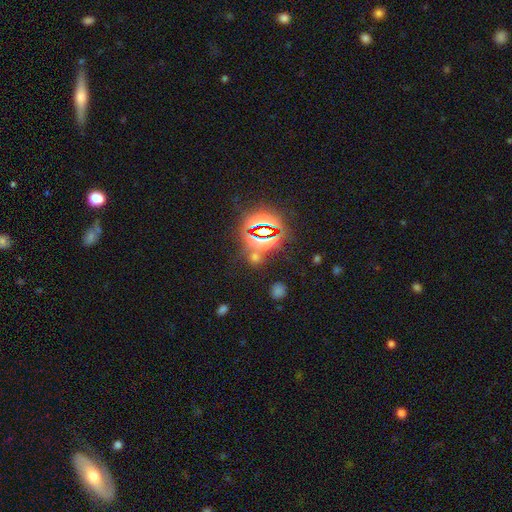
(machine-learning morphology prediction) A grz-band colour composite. It shows a star or artifact, not a galaxy (73%).